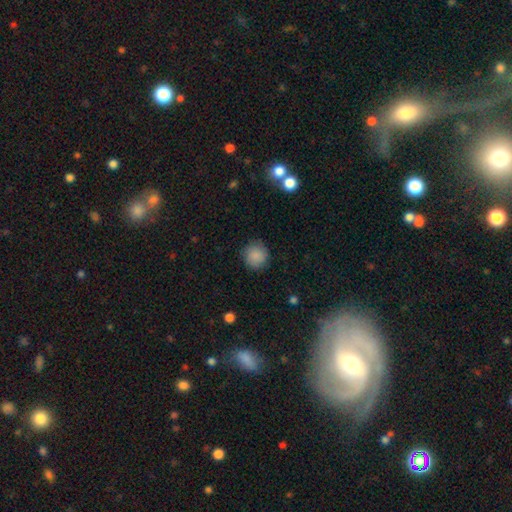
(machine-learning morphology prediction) The model was most divided on "merging": none: 86%, minor disturbance: 10%, major disturbance: 3%, merger: 1%. More confident: how rounded — round (92%); smooth or featured — smooth (87%).